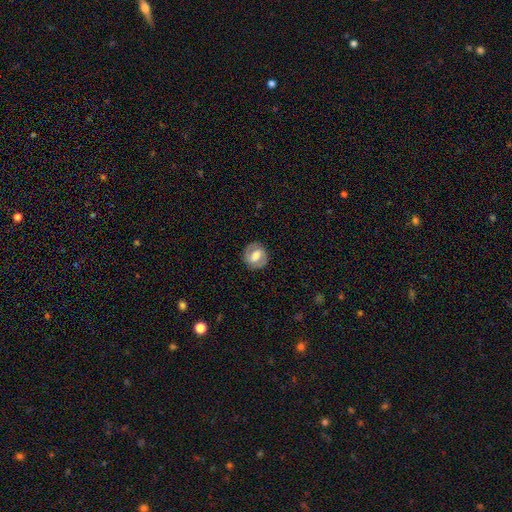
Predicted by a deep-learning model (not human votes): Overall: featured or disk (52%; smooth 41%). Edge-on disk: no (96%). Merging: none (85%).